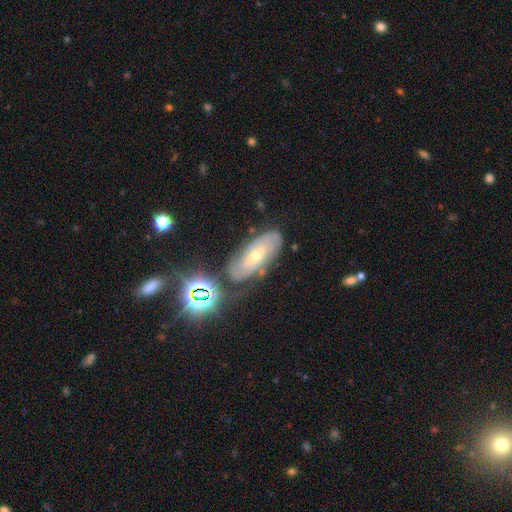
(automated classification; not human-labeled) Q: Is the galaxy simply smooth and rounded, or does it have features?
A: featured or disk — 70%.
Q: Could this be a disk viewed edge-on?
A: no — 91%.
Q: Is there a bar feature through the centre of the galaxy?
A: no — 63%.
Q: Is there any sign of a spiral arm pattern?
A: yes — 89%.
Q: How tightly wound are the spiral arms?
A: tight — 68%.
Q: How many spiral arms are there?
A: can't tell — 42%.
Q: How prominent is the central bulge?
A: small — 57%.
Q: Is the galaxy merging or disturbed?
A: none — 72%.